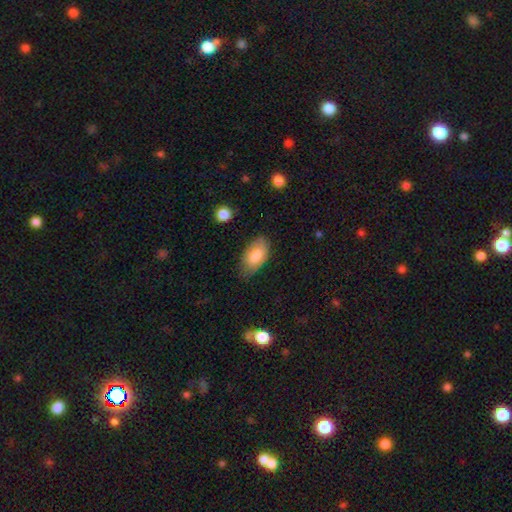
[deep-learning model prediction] Q: Smooth or featured?
A: smooth (80%); runner-up: featured or disk (14%)
Q: How rounded?
A: in between (94%); runner-up: round (3%)
Q: Merging?
A: none (68%); runner-up: minor disturbance (26%)